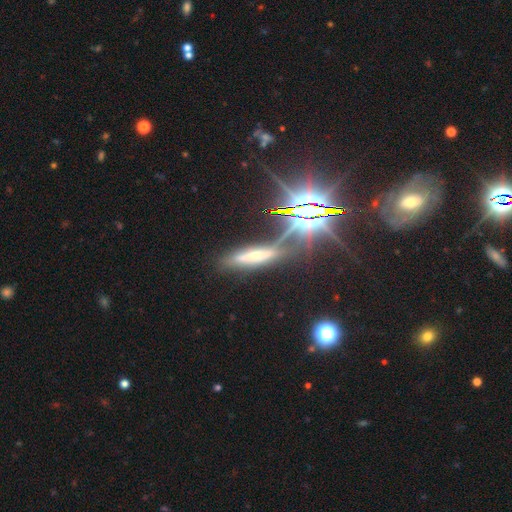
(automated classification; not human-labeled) Smooth or featured? smooth (37%)
Merging? none (68%)